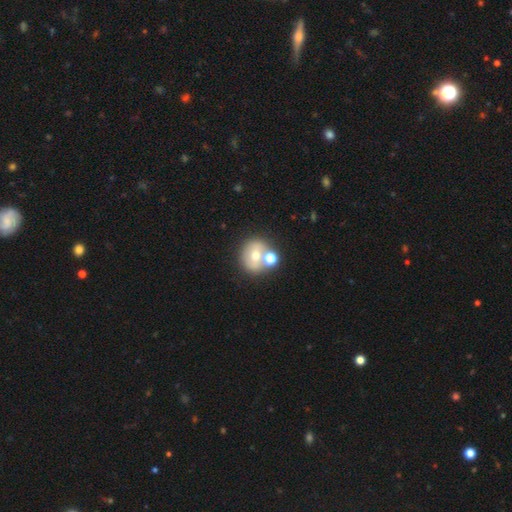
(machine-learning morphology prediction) type=smooth (56%); roundness=round (76%); merging=none (51%).